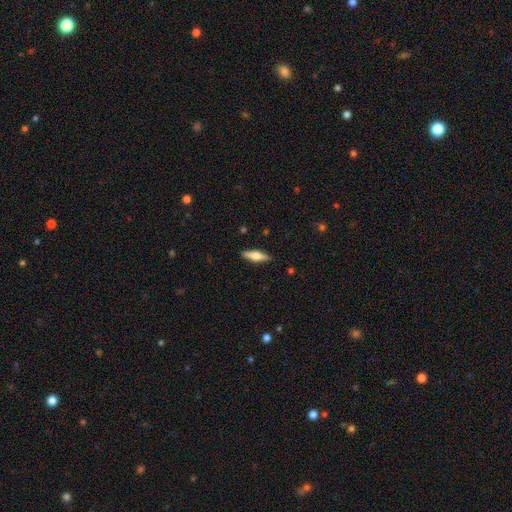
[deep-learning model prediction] This is possibly a smooth galaxy (51%). How rounded: likely cigar-shaped (62%). Merging: clearly none (89%).